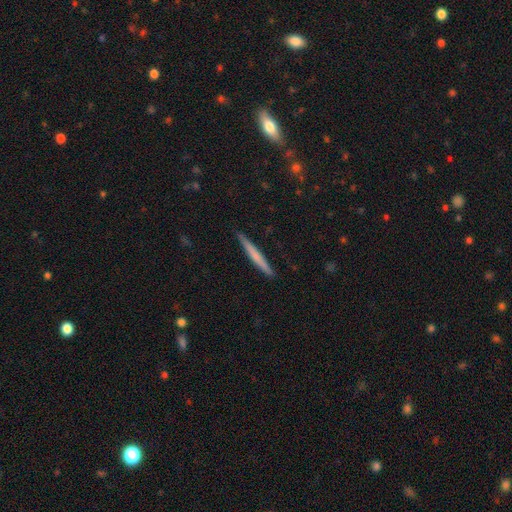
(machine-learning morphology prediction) A smooth galaxy with no disk features (58%) that is cigar-shaped (97%).

Vote fractions:
- Smooth or featured? smooth: 58% / featured or disk: 36% / star or artifact: 5%
- How rounded? cigar-shaped: 97% / in between: 2% / round: 1%
- Merging? none: 91% / minor disturbance: 7% / major disturbance: 1% / merger: 1%